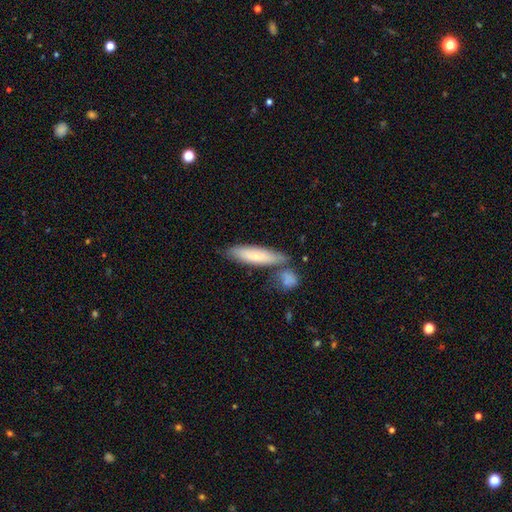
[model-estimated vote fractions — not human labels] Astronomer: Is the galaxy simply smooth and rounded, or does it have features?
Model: smooth — 69%.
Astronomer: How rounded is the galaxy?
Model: cigar-shaped — 69%.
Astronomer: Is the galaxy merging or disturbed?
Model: none — 60%.